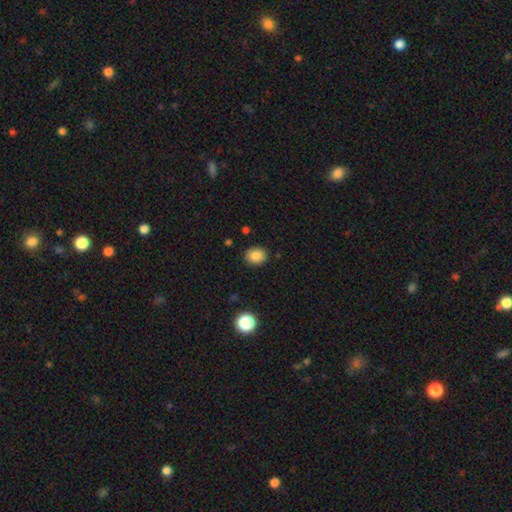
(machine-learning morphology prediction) This is clearly a smooth galaxy (86%). How rounded: possibly round (54%). Merging: clearly none (87%).